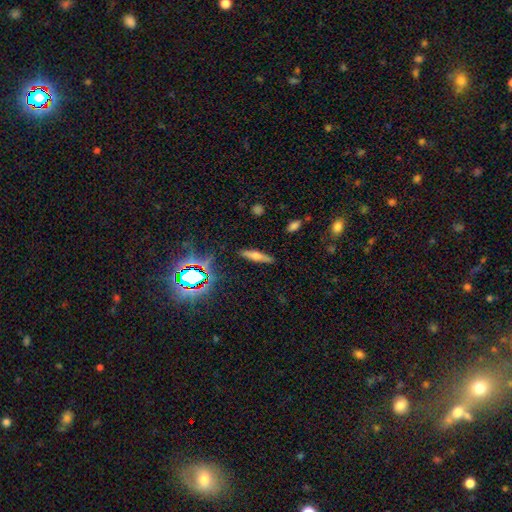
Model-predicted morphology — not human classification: type=smooth (41%); merging=none (87%).